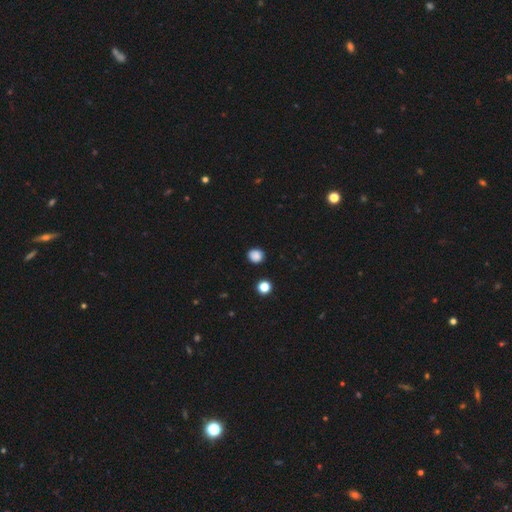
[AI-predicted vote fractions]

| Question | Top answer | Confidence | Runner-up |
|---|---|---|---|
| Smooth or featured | smooth | 85% | star or artifact (11%) |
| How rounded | round | 86% | in between (13%) |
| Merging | none | 89% | minor disturbance (7%) |